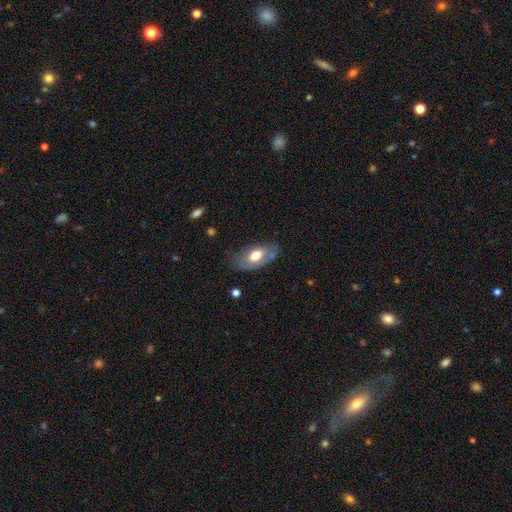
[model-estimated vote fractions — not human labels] Q: Smooth or featured?
A: smooth (59%); runner-up: featured or disk (35%)
Q: How rounded?
A: in between (92%); runner-up: round (5%)
Q: Merging?
A: none (60%); runner-up: minor disturbance (27%)